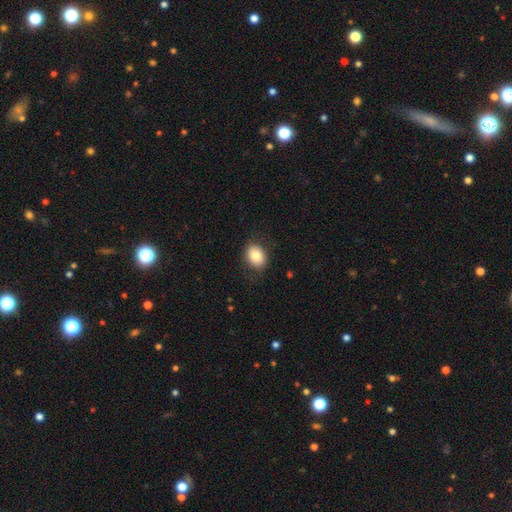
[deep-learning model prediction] Overall: smooth (83%). How rounded: in between (66%; round 34%). Merging: none (83%).